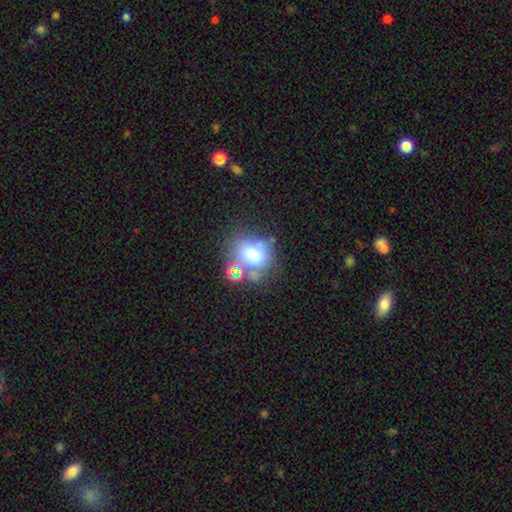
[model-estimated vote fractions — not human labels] smooth-or-featured: smooth: 63% | featured or disk: 21% | star or artifact: 15%
  how-rounded: round: 57% | in between: 42% | cigar-shaped: 1%
  merging: none: 46% | merger: 24% | minor disturbance: 19% | major disturbance: 12%